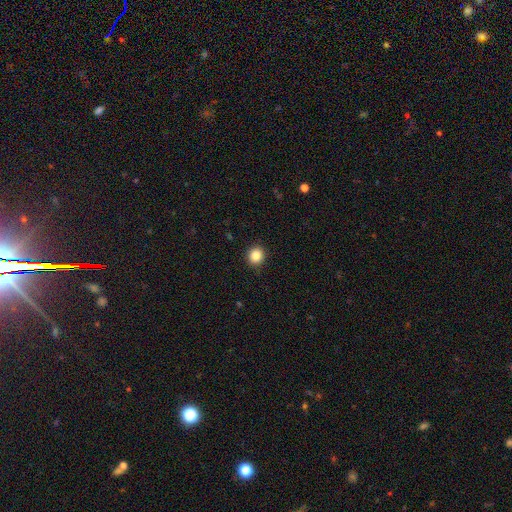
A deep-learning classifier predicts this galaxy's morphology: smooth-or-featured: smooth: 85% | star or artifact: 10% | featured or disk: 4%
  how-rounded: round: 86% | in between: 13% | cigar-shaped: 1%
  merging: none: 92% | minor disturbance: 6% | major disturbance: 2% | merger: 1%